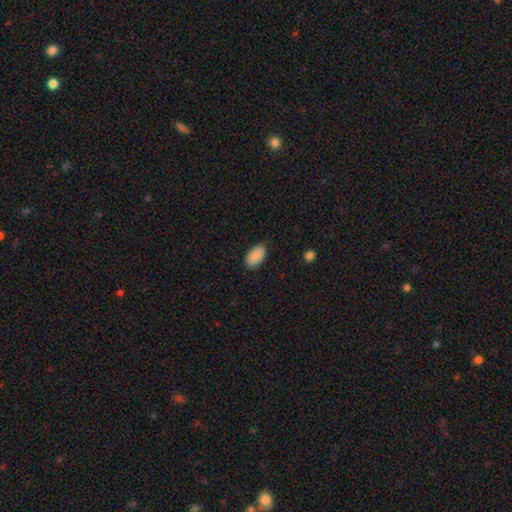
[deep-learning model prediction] This appears to be a smooth galaxy with no disk features (90%) that is in between round and cigar-shaped (95%). Merging: none (78%).